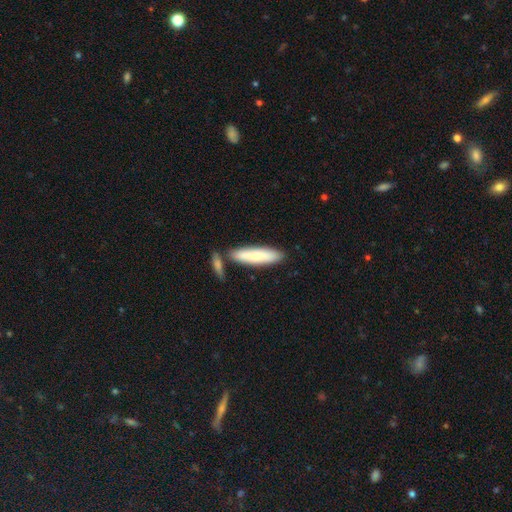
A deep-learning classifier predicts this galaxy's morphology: Smooth or featured: smooth — 78% (featured or disk — 17%)
How rounded: cigar-shaped — 73% (in between — 26%)
Merging: none — 70% (merger — 15%)